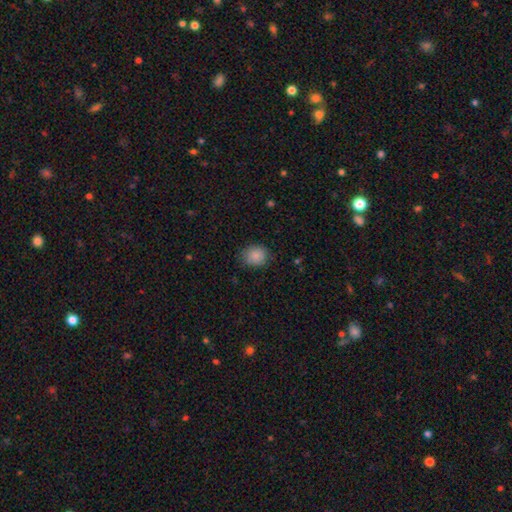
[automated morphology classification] This is clearly a smooth galaxy (87%). How rounded: likely round (69%). Merging: likely none (80%).